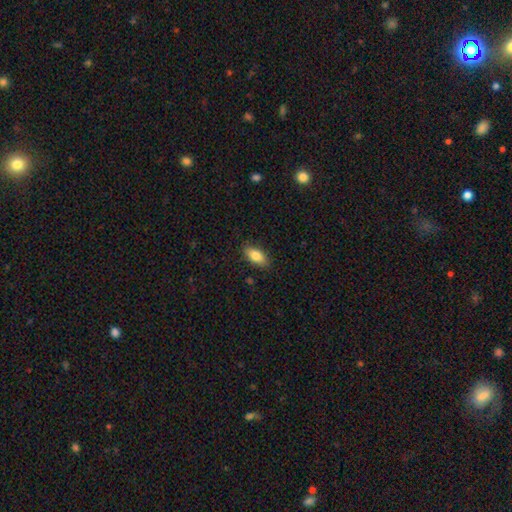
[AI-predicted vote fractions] Smooth or featured? Predicted: smooth (p=0.83). How rounded? Predicted: in between (p=0.86). Merging? Predicted: none (p=0.86).